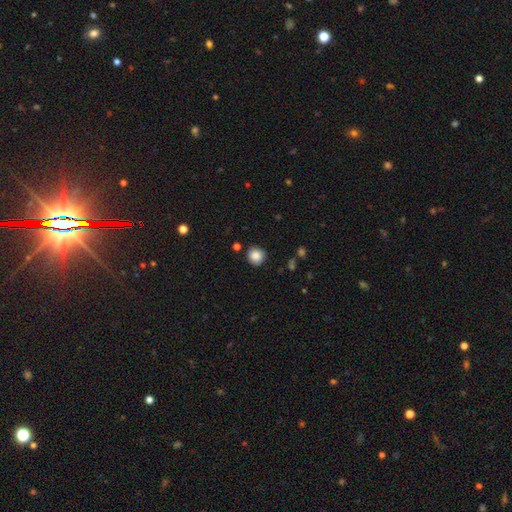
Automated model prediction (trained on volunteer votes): Smooth or featured?
  - smooth: 86% *
  - star or artifact: 9%
  - featured or disk: 5%
How rounded?
  - round: 92% *
  - in between: 7%
  - cigar-shaped: 1%
Merging?
  - none: 88% *
  - minor disturbance: 8%
  - merger: 2%
  - major disturbance: 2%